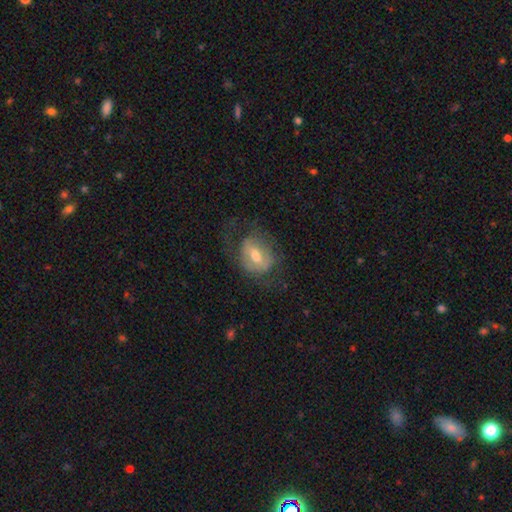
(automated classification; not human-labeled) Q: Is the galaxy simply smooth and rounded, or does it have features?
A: featured or disk — 51%.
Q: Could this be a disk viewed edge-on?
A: no — 93%.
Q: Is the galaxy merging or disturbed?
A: none — 50%.